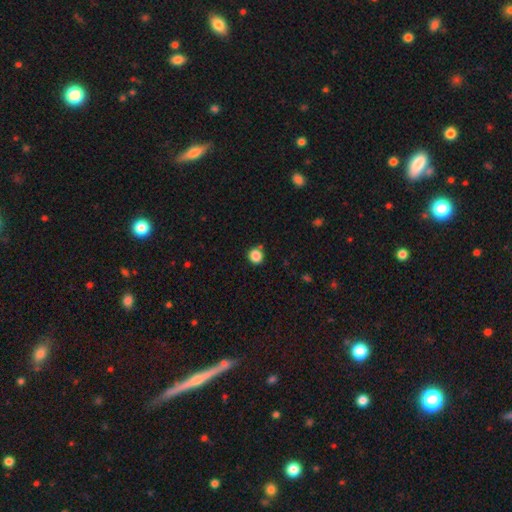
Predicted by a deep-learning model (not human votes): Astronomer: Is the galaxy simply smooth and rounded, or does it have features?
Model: smooth — 86%.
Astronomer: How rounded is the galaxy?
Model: round — 90%.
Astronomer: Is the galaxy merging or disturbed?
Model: none — 82%.